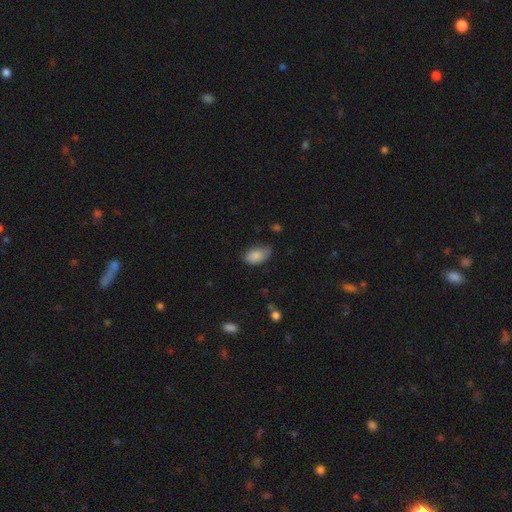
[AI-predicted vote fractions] Smooth or featured? smooth (85%)
How rounded? in between (93%)
Merging? none (57%)